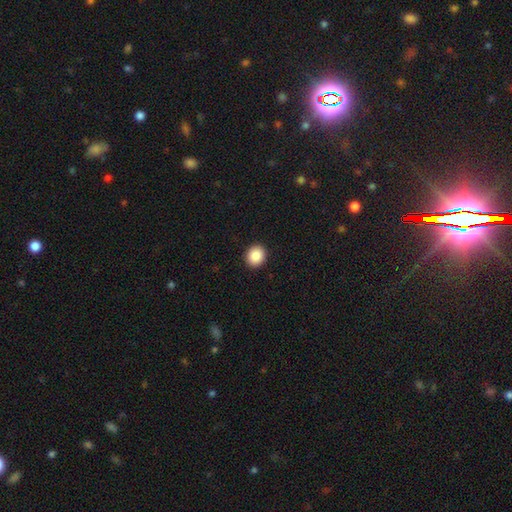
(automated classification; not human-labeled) This appears to be a smooth galaxy with no disk features (88%) that is round (69%). Merging: none (92%).